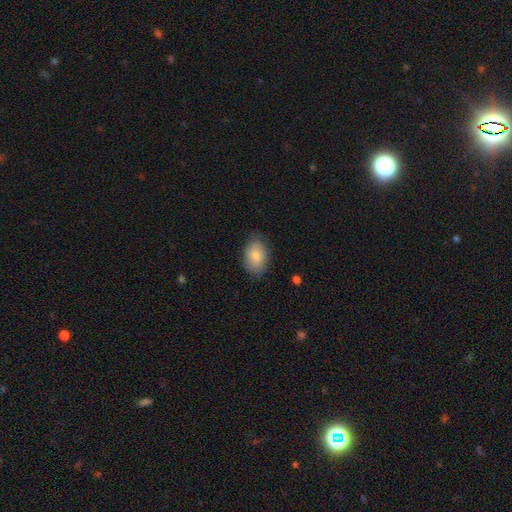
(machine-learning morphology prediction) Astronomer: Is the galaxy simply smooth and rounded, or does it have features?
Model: smooth — 80%.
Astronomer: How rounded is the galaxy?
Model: in between — 88%.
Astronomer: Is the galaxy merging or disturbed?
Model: none — 78%.